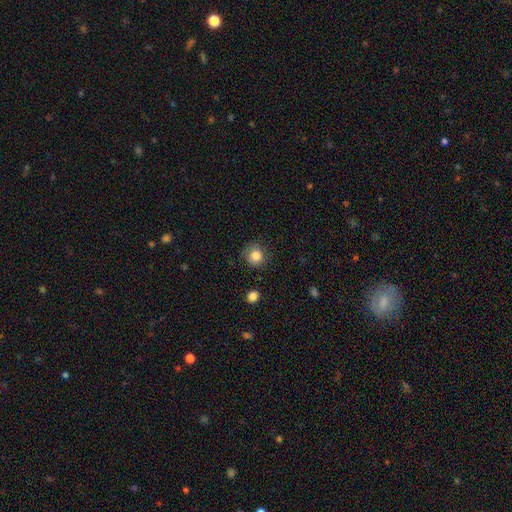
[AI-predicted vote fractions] smooth 84%, star or artifact 10%, featured or disk 6%. Down the decision tree: how rounded — round (88%); merging — none (82%).